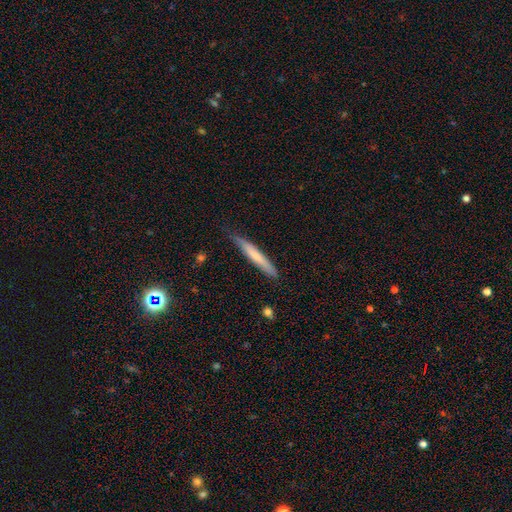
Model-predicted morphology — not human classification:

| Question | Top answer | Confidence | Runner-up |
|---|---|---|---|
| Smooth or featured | smooth | 61% | featured or disk (33%) |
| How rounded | cigar-shaped | 95% | in between (4%) |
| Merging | none | 79% | minor disturbance (17%) |